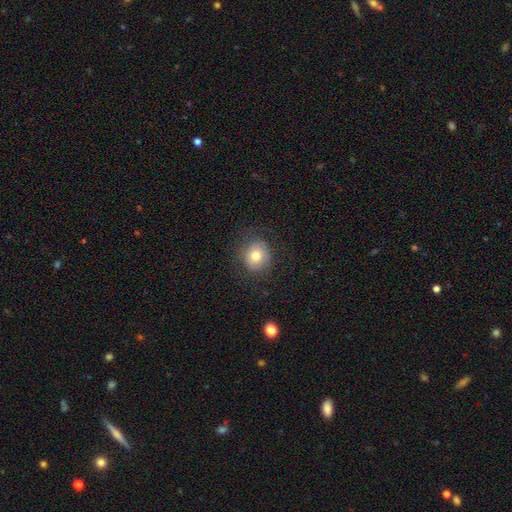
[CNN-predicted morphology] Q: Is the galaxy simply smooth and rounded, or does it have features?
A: smooth — 71%.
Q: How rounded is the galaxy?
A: round — 80%.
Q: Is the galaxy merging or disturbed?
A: none — 75%.